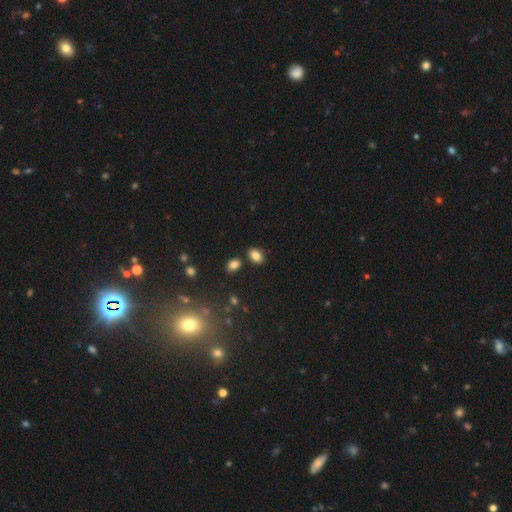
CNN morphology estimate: This appears to be a smooth galaxy with no disk features (83%) that is in between round and cigar-shaped (81%). Merging: none (78%).